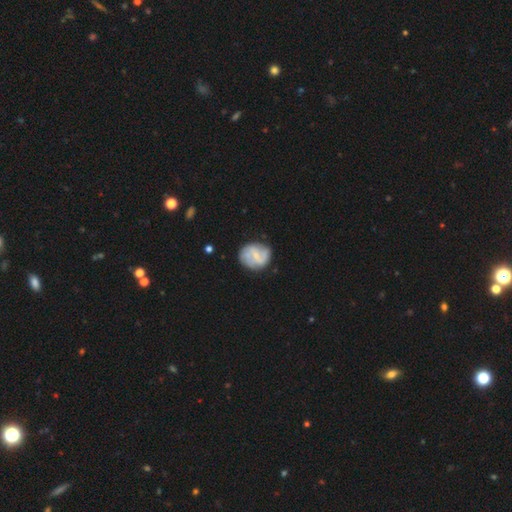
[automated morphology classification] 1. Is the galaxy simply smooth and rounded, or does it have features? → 63% featured or disk, 31% smooth, 6% star or artifact.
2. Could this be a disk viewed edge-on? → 98% no, 2% yes.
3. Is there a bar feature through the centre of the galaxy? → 52% weak, 31% no, 17% strong.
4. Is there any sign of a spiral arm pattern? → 81% yes, 19% no.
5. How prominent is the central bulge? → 65% small, 22% moderate, 11% none, 1% large, 1% dominant.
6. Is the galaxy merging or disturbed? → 71% none, 20% minor disturbance, 7% major disturbance, 2% merger.